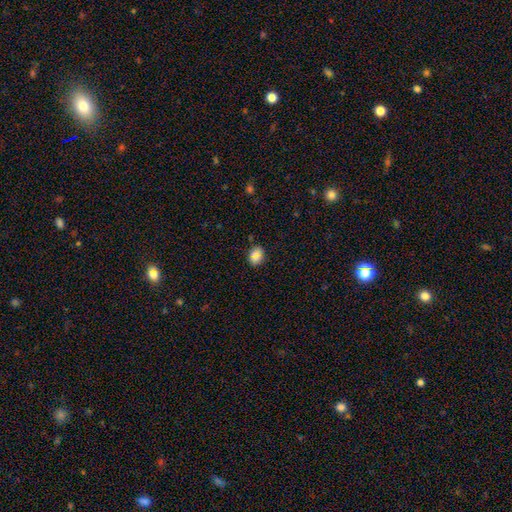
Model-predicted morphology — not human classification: type=smooth (73%); roundness=round (52%); merging=none (81%).